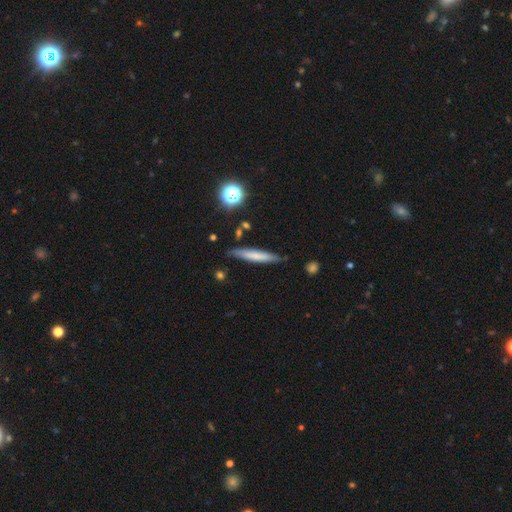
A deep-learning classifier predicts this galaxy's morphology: Smooth or featured? smooth (63%)
How rounded? cigar-shaped (92%)
Merging? none (82%)